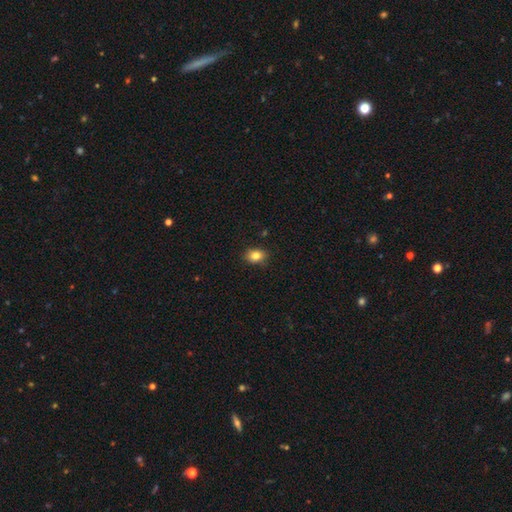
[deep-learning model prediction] A smooth galaxy with no disk features (82%) that is in between round and cigar-shaped (62%).

Vote fractions:
- Smooth or featured? smooth: 82% / star or artifact: 10% / featured or disk: 7%
- How rounded? in between: 62% / round: 37% / cigar-shaped: 1%
- Merging? none: 87% / minor disturbance: 10% / major disturbance: 2% / merger: 1%